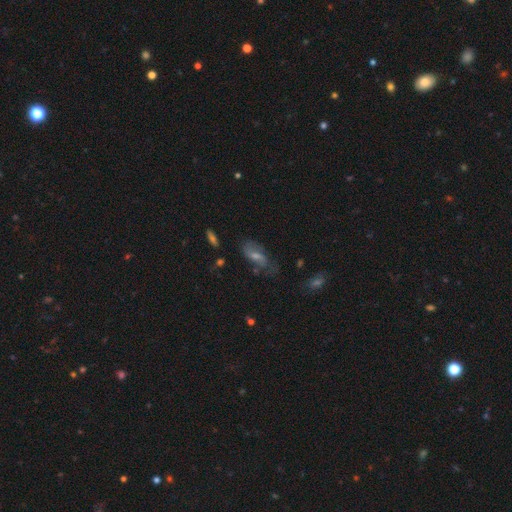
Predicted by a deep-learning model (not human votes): Overall: featured or disk (56%; smooth 28%). Edge-on disk: no (88%). Merging: none (64%).